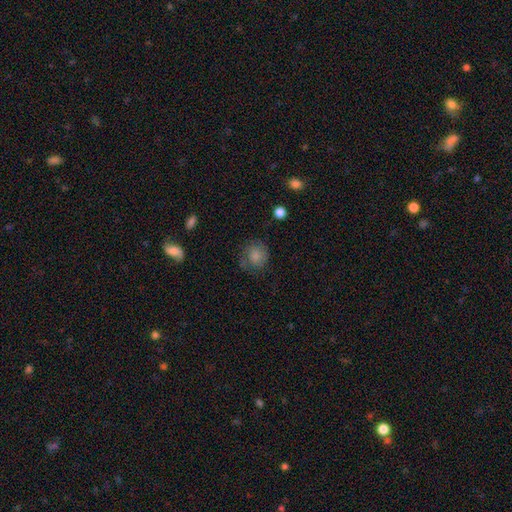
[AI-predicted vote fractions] This is likely a smooth galaxy (65%). How rounded: clearly round (81%). Merging: likely none (65%).